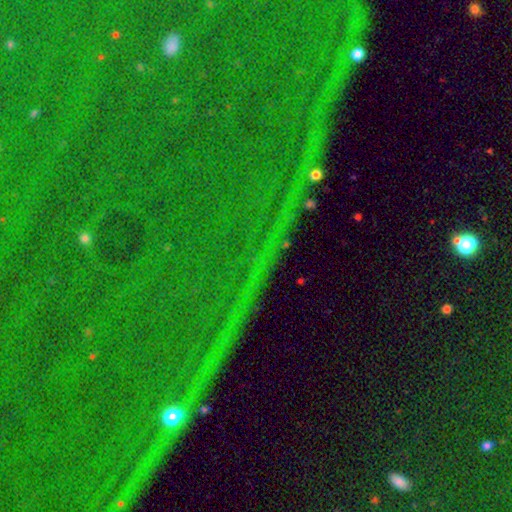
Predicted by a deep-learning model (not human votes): star or artifact 83%, featured or disk 9%, smooth 8%.